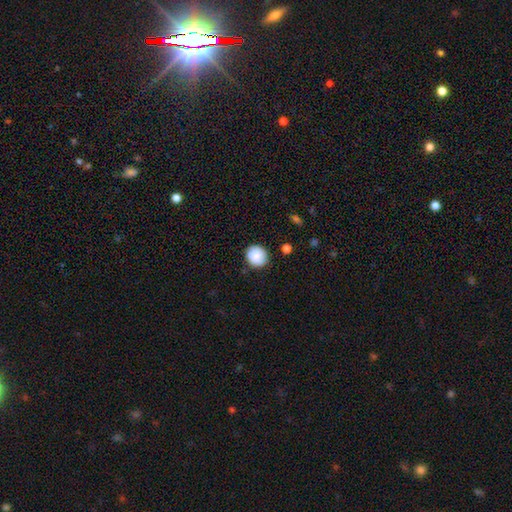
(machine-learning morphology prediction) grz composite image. It shows a smooth galaxy with no disk features (81%) that is round (86%). Merging: none (80%).